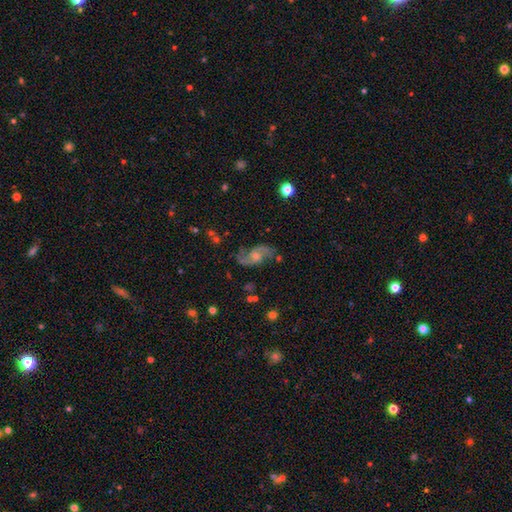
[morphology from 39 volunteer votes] smooth_or_featured: featured or disk (p=0.79) [alt: smooth p=0.15]
disk_edge_on: no (p=1.00)
bar: no (p=0.58) [alt: weak p=0.39]
has_spiral_arms: yes (p=0.97) [alt: no p=0.03]
spiral_winding: loose (p=0.63) [alt: medium p=0.20]
spiral_arm_count: 2 (p=0.83) [alt: 4 p=0.07]
bulge_size: small (p=0.45) [alt: moderate p=0.35]
merging: none (p=0.57) [alt: minor disturbance p=0.30]